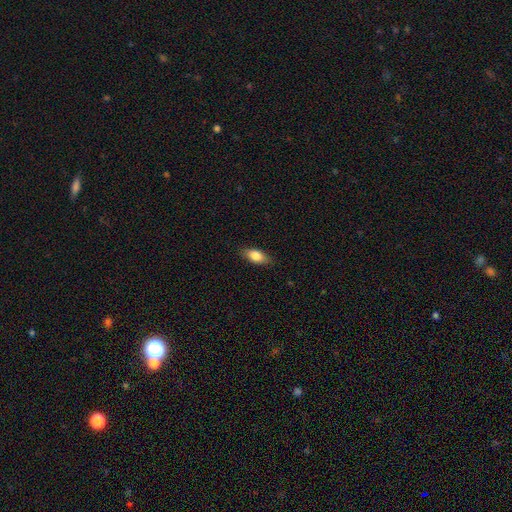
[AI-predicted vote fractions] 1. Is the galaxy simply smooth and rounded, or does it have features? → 81% smooth, 12% featured or disk, 7% star or artifact.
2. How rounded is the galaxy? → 85% in between, 11% cigar-shaped, 4% round.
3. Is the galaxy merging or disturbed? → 85% none, 11% minor disturbance, 2% major disturbance, 1% merger.